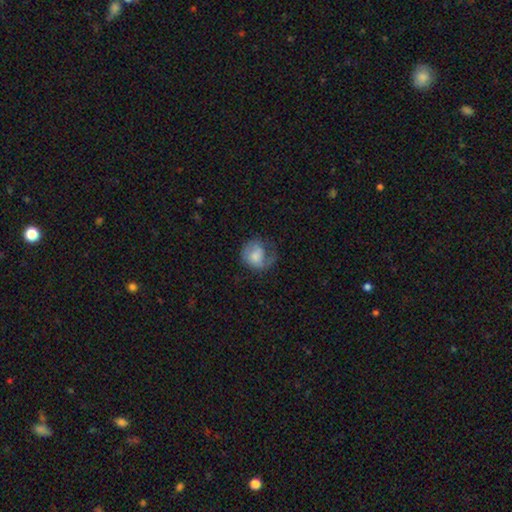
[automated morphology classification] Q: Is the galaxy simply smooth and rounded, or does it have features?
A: smooth — 53%.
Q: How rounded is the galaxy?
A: round — 65%.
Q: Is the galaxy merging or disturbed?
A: none — 37%.